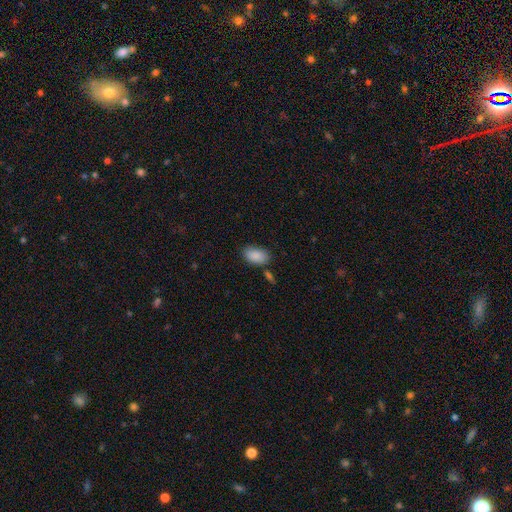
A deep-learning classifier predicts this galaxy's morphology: type=smooth (89%); roundness=in between (91%); merging=none (76%).